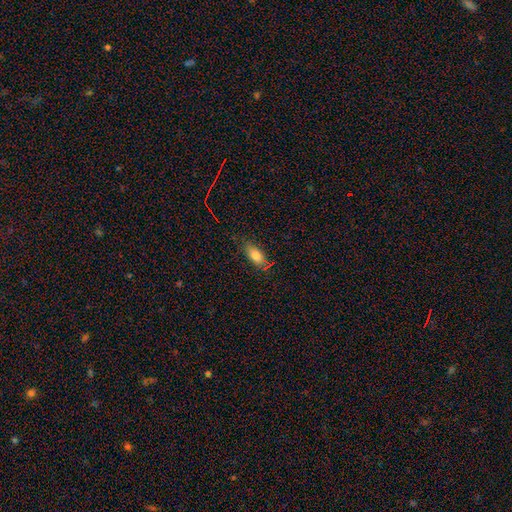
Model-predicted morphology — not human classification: This is likely a smooth galaxy (78%). How rounded: clearly in between (83%). Merging: likely none (74%).